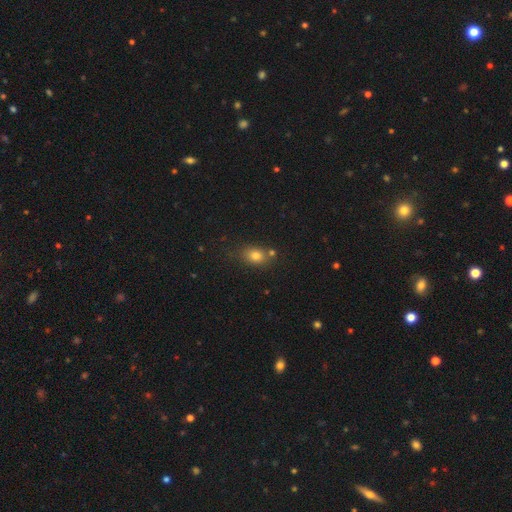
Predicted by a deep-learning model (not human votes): This is likely a smooth galaxy (79%). How rounded: likely in between (62%). Merging: likely none (66%).